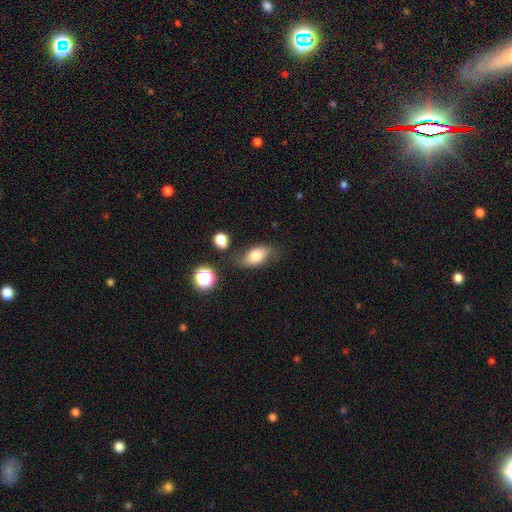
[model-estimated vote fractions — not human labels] Smooth or featured? smooth (76%)
How rounded? in between (88%)
Merging? none (68%)